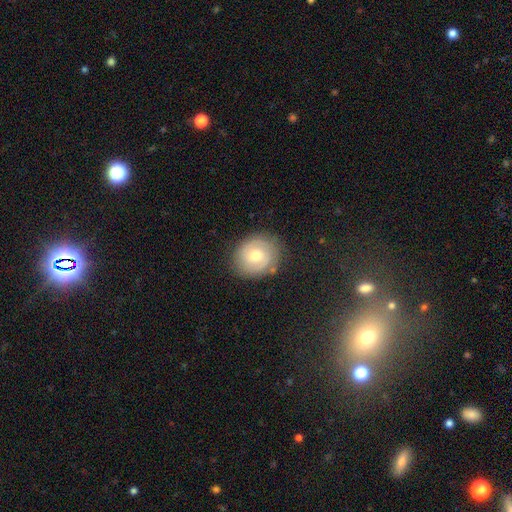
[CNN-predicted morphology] type=featured or disk (47%); merging=none (80%).